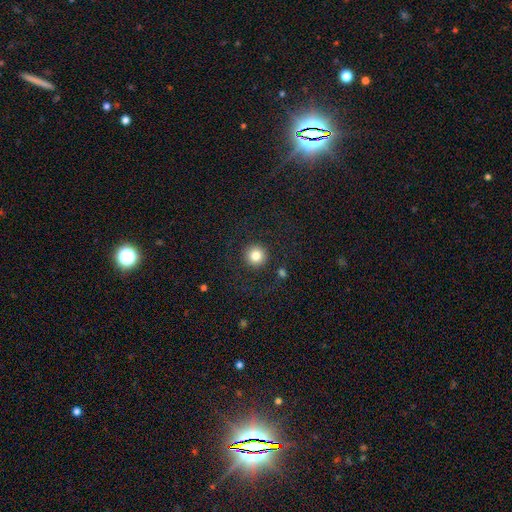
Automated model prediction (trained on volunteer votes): The model was most divided on "smooth or featured": smooth: 82%, star or artifact: 11%, featured or disk: 7%. More confident: how rounded — round (96%); merging — none (89%).